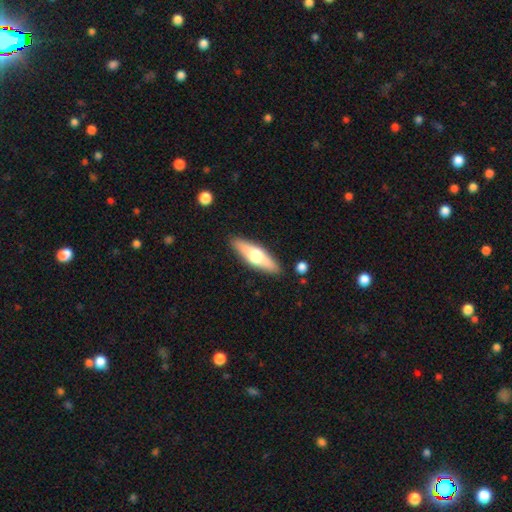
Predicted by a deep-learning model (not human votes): Smooth or featured: smooth — 52% (featured or disk — 43%)
How rounded: cigar-shaped — 59% (in between — 38%)
Merging: none — 88% (minor disturbance — 8%)